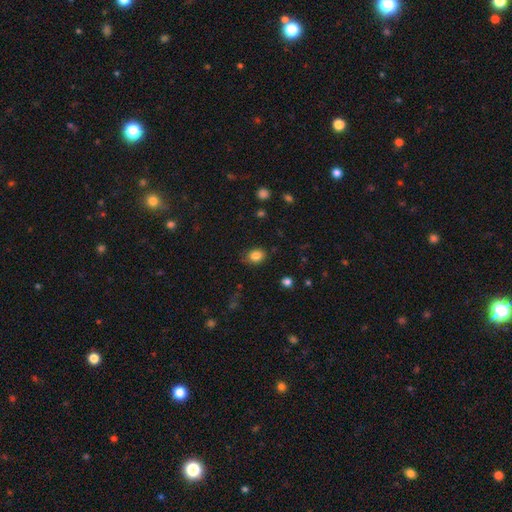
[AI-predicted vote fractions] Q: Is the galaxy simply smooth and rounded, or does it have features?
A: smooth — 84%.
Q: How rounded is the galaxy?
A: in between — 58%.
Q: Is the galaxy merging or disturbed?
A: none — 78%.